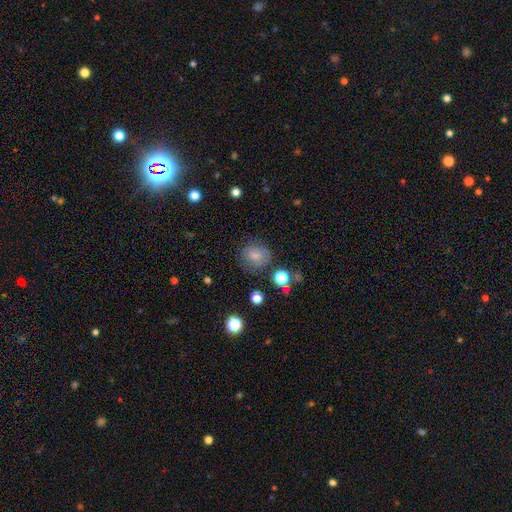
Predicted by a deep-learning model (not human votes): The model was most divided on "how rounded": round: 70%, in between: 29%, cigar-shaped: 1%. More confident: smooth or featured — smooth (71%); merging — none (68%).